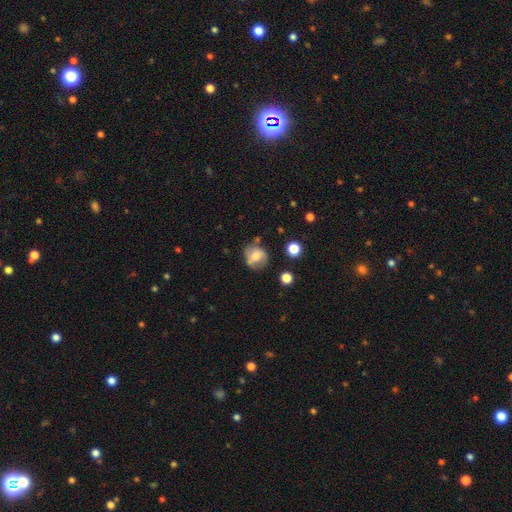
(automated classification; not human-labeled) Smooth or featured: smooth — 49% (featured or disk — 41%)
Merging: none — 64% (minor disturbance — 21%)